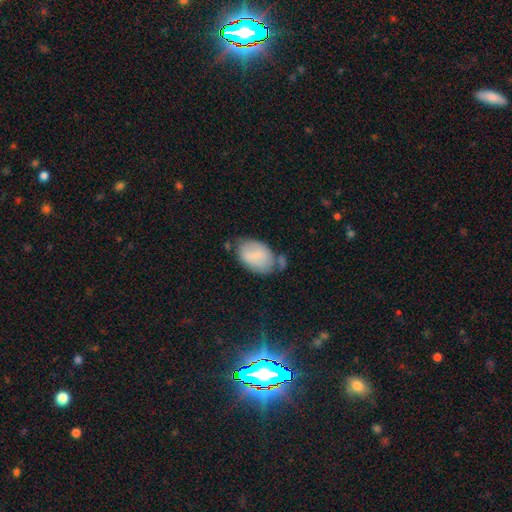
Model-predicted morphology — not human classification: Smooth or featured? smooth (75%)
How rounded? in between (90%)
Merging? none (52%)